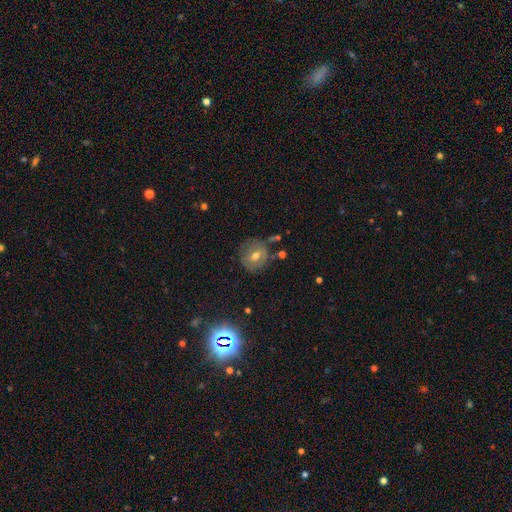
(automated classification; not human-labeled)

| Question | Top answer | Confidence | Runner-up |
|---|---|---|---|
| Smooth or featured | smooth | 43% | featured or disk (39%) |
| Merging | none | 73% | minor disturbance (17%) |